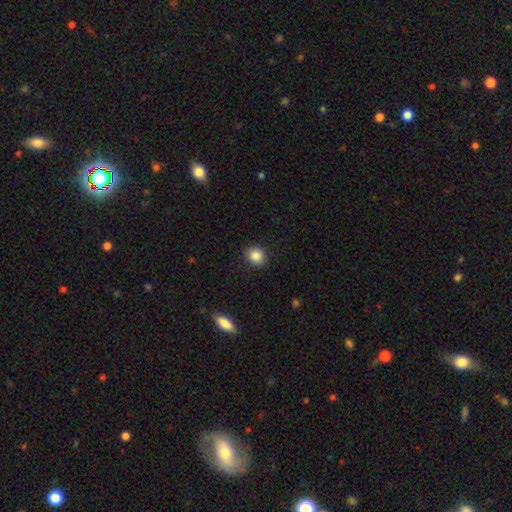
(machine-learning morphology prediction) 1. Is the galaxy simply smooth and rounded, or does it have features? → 86% smooth, 9% star or artifact, 4% featured or disk.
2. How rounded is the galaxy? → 82% round, 17% in between, 1% cigar-shaped.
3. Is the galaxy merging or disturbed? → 90% none, 7% minor disturbance, 2% major disturbance, 1% merger.